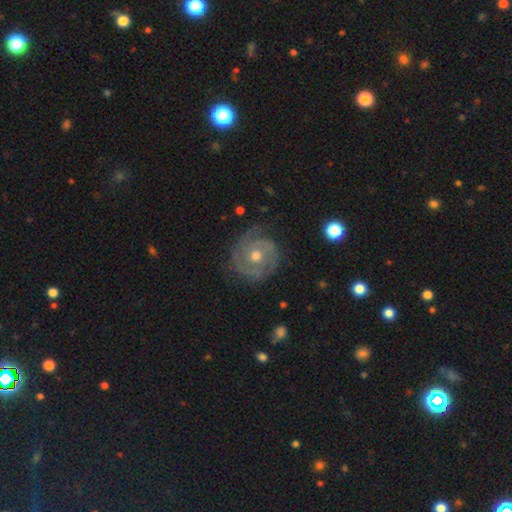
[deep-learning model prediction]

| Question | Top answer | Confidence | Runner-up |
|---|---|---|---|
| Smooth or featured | featured or disk | 88% | smooth (7%) |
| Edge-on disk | no | 98% | yes (2%) |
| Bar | no | 73% | weak (22%) |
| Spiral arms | yes | 97% | no (3%) |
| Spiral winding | tight | 69% | medium (26%) |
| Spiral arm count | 2 | 57% | 3 (20%) |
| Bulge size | moderate | 72% | small (23%) |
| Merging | none | 81% | minor disturbance (14%) |